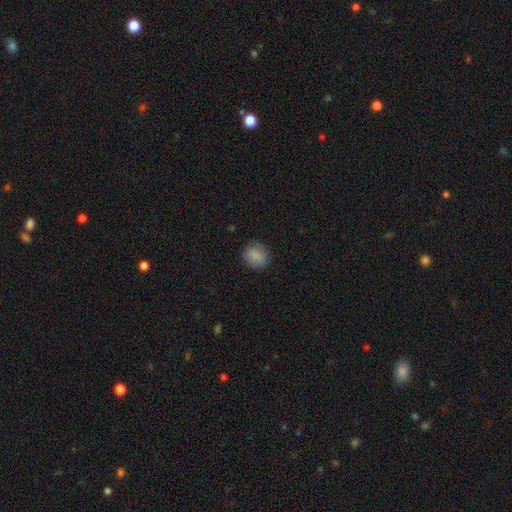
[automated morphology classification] smooth 86%, star or artifact 9%, featured or disk 5%. Down the decision tree: how rounded — round (76%); merging — none (86%).